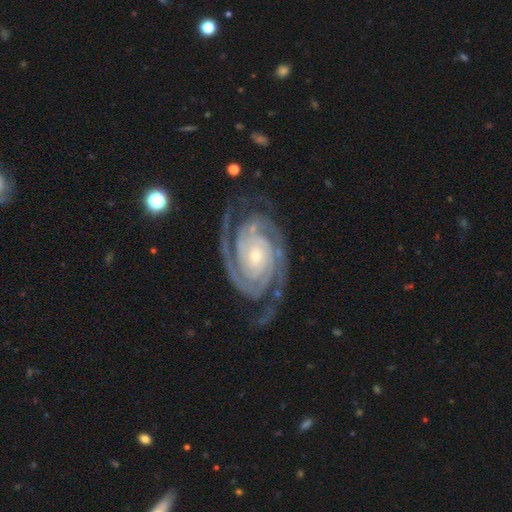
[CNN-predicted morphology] A featured or disk galaxy (94%) with no bar (69%), 2 (72%) tight (80%) spiral arms (99%) and a small central bulge (70%). Merging: none (77%).